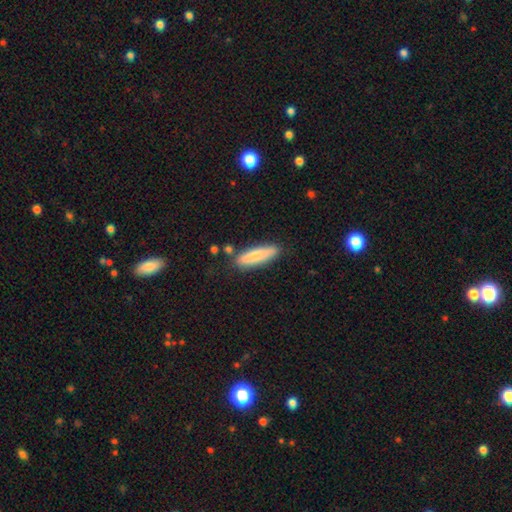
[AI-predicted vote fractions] smooth_or_featured: smooth (p=0.80) [alt: featured or disk p=0.15]
how_rounded: cigar-shaped (p=0.73) [alt: in between p=0.25]
merging: none (p=0.82) [alt: minor disturbance p=0.12]